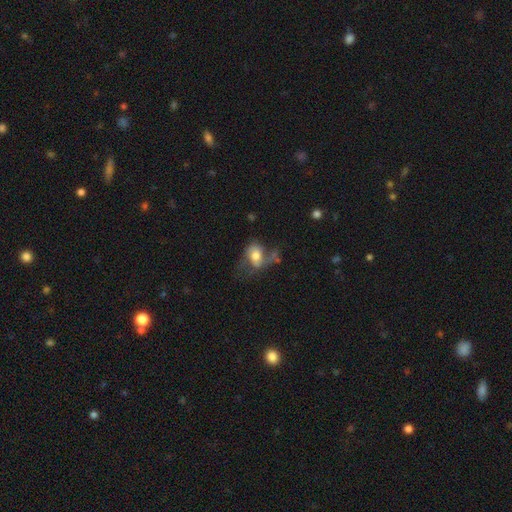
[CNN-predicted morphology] smooth-or-featured: smooth: 55% | featured or disk: 36% | star or artifact: 9%
  how-rounded: in between: 67% | round: 31% | cigar-shaped: 2%
  merging: major disturbance: 34% | none: 32% | minor disturbance: 26% | merger: 8%